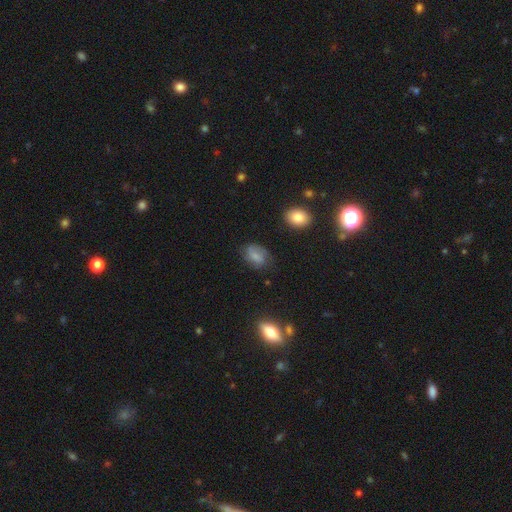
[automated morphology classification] smooth_or_featured: smooth (p=0.67) [alt: featured or disk p=0.21]
how_rounded: in between (p=0.82) [alt: round p=0.16]
merging: none (p=0.63) [alt: minor disturbance p=0.25]